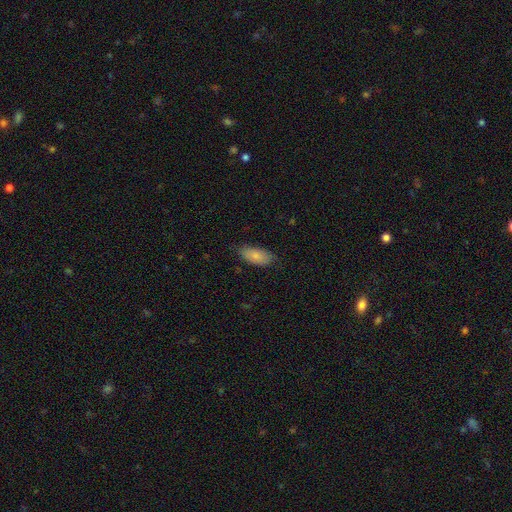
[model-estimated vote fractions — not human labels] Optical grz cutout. It shows a smooth galaxy with no disk features (84%) that is in between round and cigar-shaped (90%). Merging: none (75%).